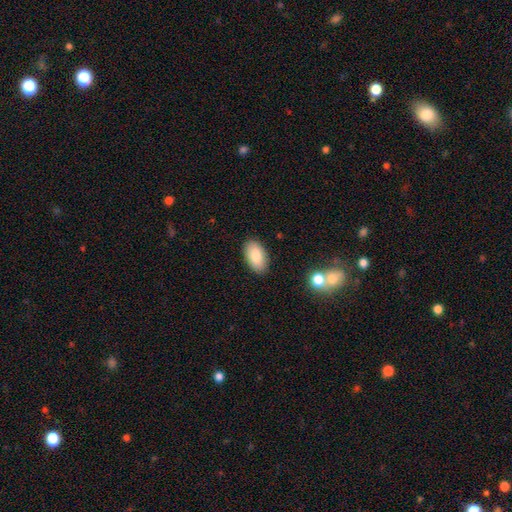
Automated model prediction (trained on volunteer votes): This is clearly a smooth galaxy (82%). How rounded: clearly in between (94%). Merging: clearly none (88%).